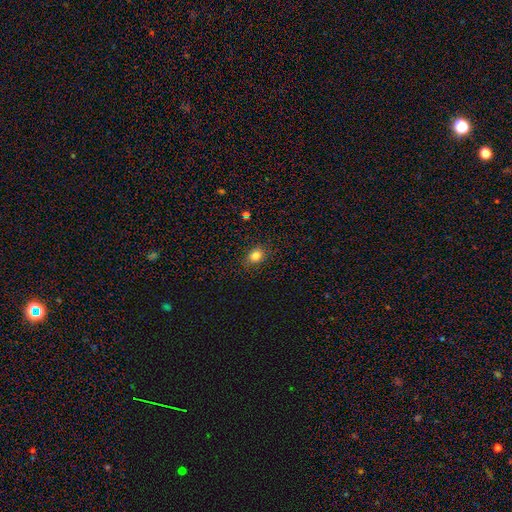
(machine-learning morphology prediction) smooth 82%, star or artifact 12%, featured or disk 6%. Down the decision tree: how rounded — in between (52%); merging — none (86%).